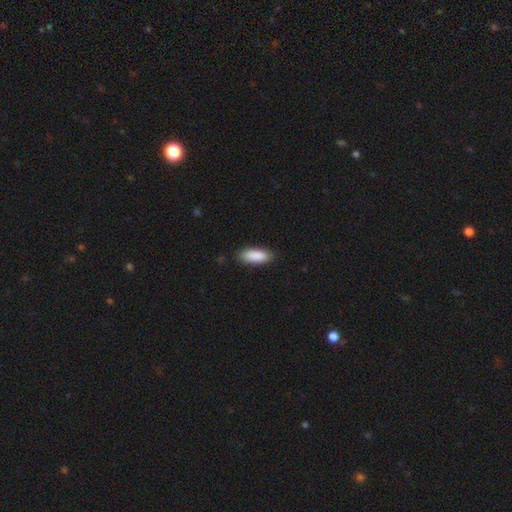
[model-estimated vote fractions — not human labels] Morphology: type=smooth (89%); roundness=in between (72%); merging=none (87%).